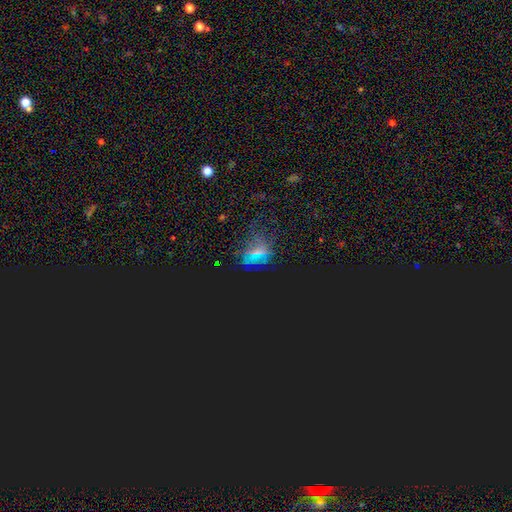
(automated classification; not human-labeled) Q: Smooth or featured?
A: star or artifact (68%); runner-up: smooth (21%)